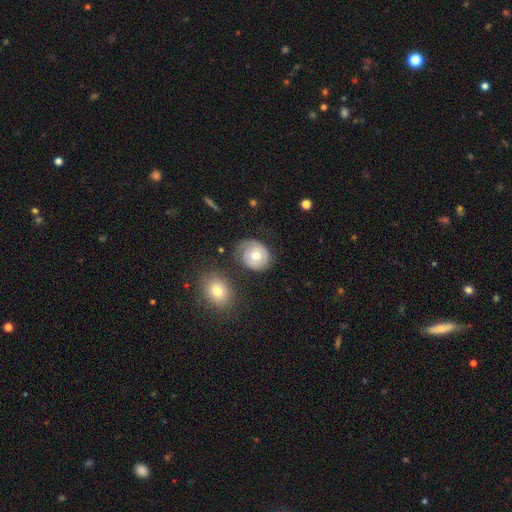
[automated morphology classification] Smooth or featured? smooth (47%)
Merging? none (64%)